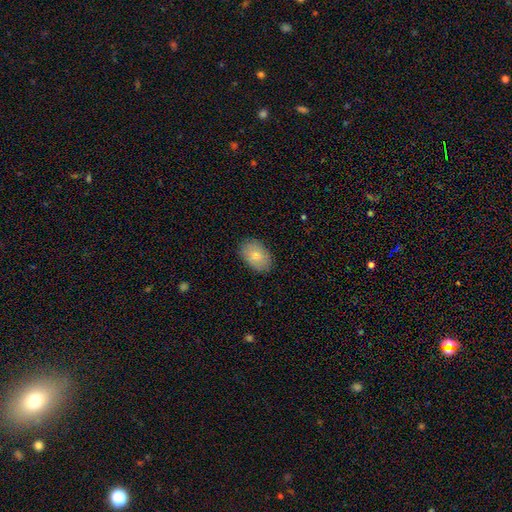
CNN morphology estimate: Smooth or featured: smooth — 78% (featured or disk — 15%)
How rounded: in between — 86% (round — 13%)
Merging: none — 86% (minor disturbance — 10%)